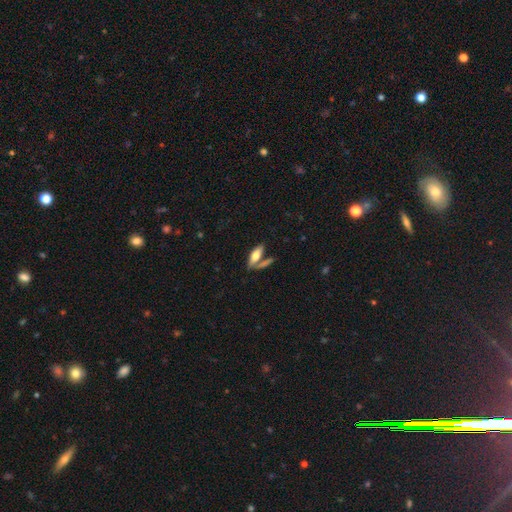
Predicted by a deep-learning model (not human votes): Smooth or featured: smooth — 67% (featured or disk — 26%)
How rounded: in between — 67% (cigar-shaped — 31%)
Merging: none — 55% (merger — 26%)